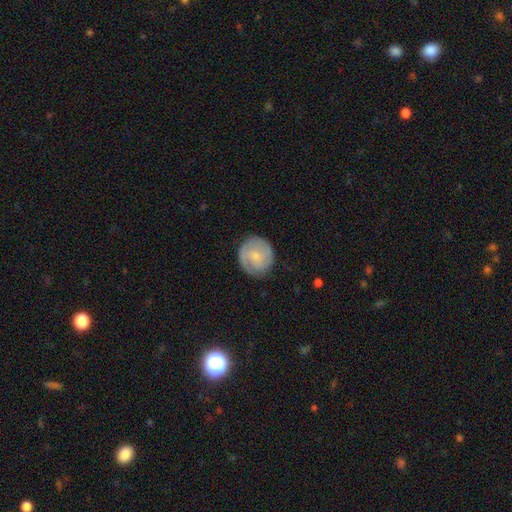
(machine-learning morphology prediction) Smooth or featured?
  - featured or disk: 58% *
  - smooth: 36%
  - star or artifact: 6%
Edge-on disk?
  - no: 98% *
  - yes: 2%
Bar?
  - no: 68% *
  - weak: 27%
  - strong: 5%
Spiral arms?
  - yes: 86% *
  - no: 14%
Bulge size?
  - small: 75% *
  - moderate: 19%
  - none: 4%
  - large: 1%
  - dominant: 1%
Merging?
  - none: 81% *
  - minor disturbance: 14%
  - major disturbance: 4%
  - merger: 1%